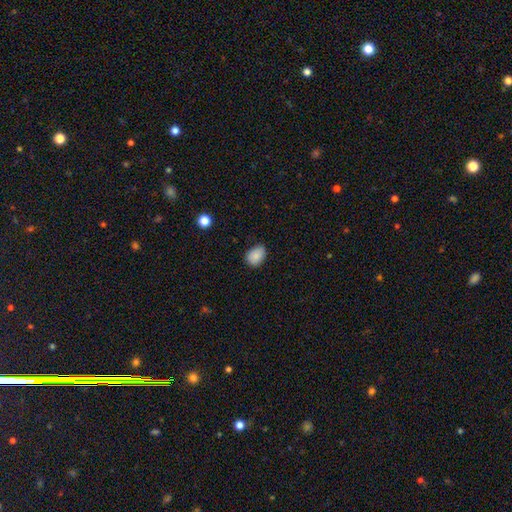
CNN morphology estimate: A smooth galaxy with no disk features (88%) that is in between round and cigar-shaped (75%).

Vote fractions:
- Smooth or featured? smooth: 88% / star or artifact: 8% / featured or disk: 4%
- How rounded? in between: 75% / round: 24% / cigar-shaped: 1%
- Merging? none: 77% / minor disturbance: 19% / major disturbance: 3% / merger: 1%